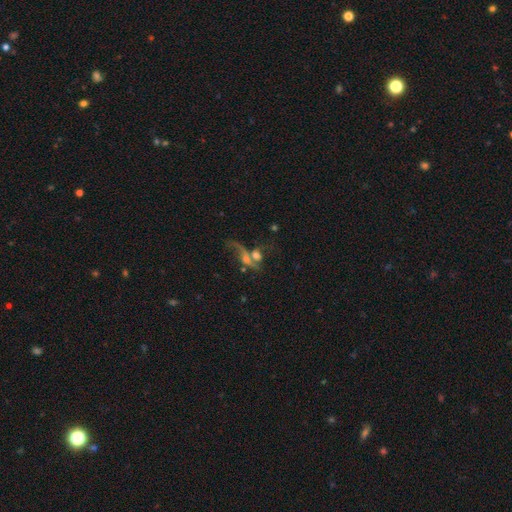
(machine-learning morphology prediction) type=featured or disk (48%); merging=merger (60%).